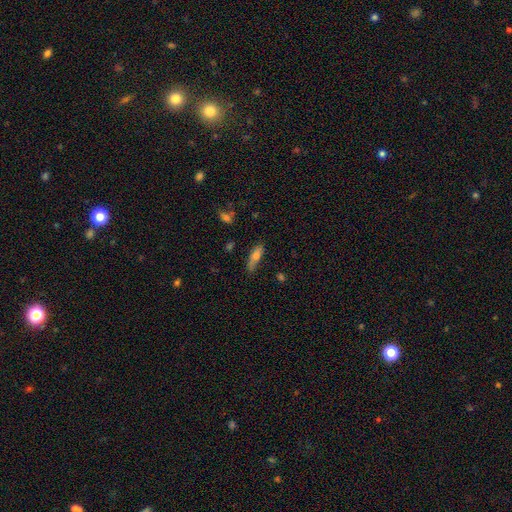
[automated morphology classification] type=smooth (71%); roundness=cigar-shaped (55%); merging=none (69%).